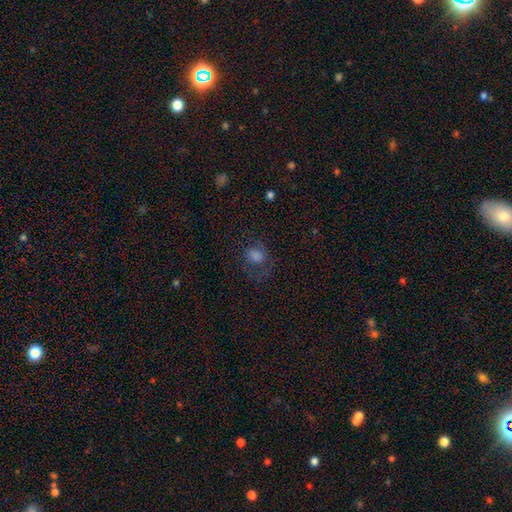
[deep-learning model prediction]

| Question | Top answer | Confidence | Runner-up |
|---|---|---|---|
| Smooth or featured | smooth | 57% | featured or disk (25%) |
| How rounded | round | 55% | in between (43%) |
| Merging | none | 53% | major disturbance (25%) |